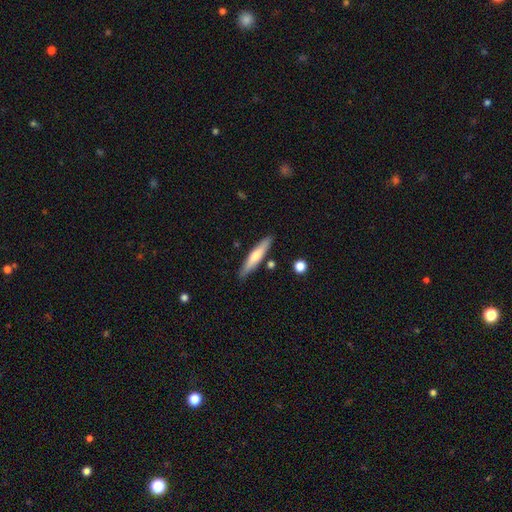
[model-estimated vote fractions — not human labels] A smooth galaxy with no disk features (58%) that is cigar-shaped (90%). Merging: none (86%).